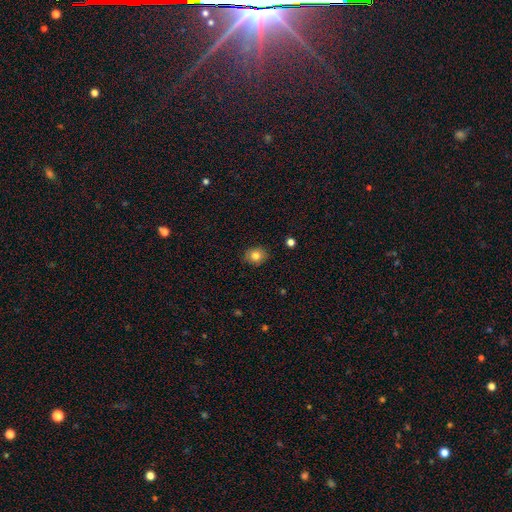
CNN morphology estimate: smooth-or-featured: smooth: 81% | star or artifact: 10% | featured or disk: 9%
  how-rounded: round: 63% | in between: 36% | cigar-shaped: 1%
  merging: none: 88% | minor disturbance: 9% | major disturbance: 2% | merger: 1%